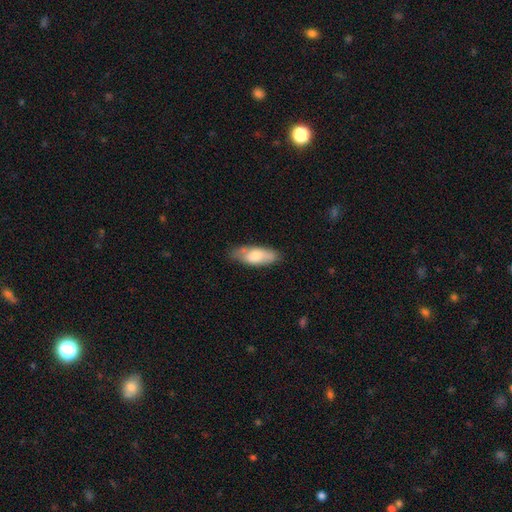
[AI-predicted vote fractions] smooth-or-featured: smooth: 70% | featured or disk: 24% | star or artifact: 6%
  how-rounded: in between: 75% | cigar-shaped: 23% | round: 2%
  merging: none: 67% | minor disturbance: 24% | major disturbance: 5% | merger: 3%